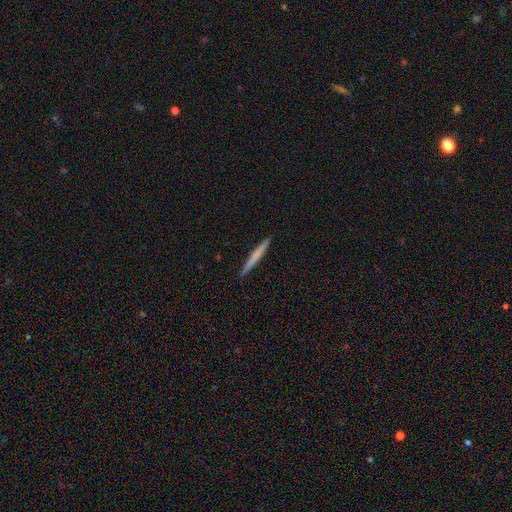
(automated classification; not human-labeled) Morphology: type=smooth (63%); roundness=cigar-shaped (97%); merging=none (92%).